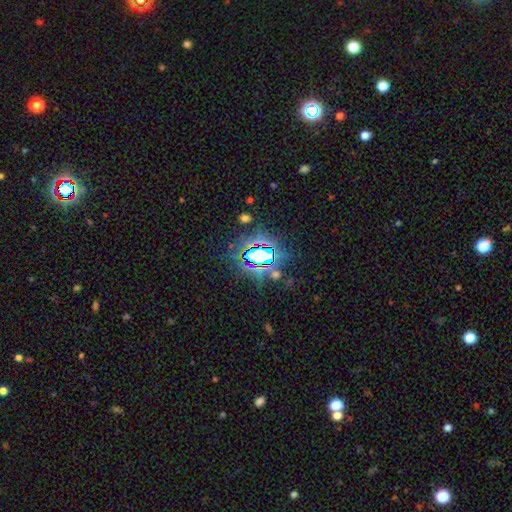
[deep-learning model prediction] Q: Smooth or featured?
A: star or artifact (72%); runner-up: smooth (17%)